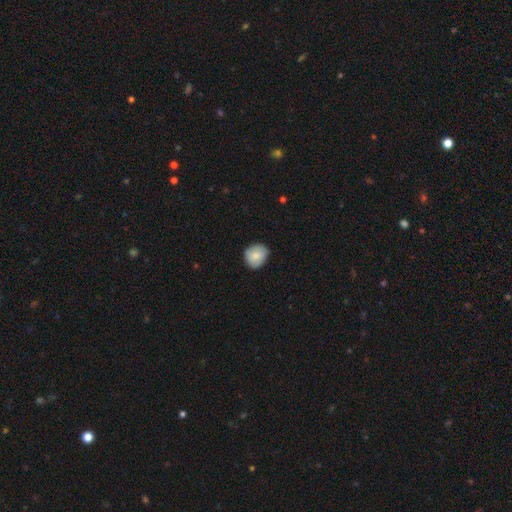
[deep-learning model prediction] Smooth or featured? Predicted: smooth (p=0.82). How rounded? Predicted: round (p=0.79). Merging? Predicted: none (p=0.80).